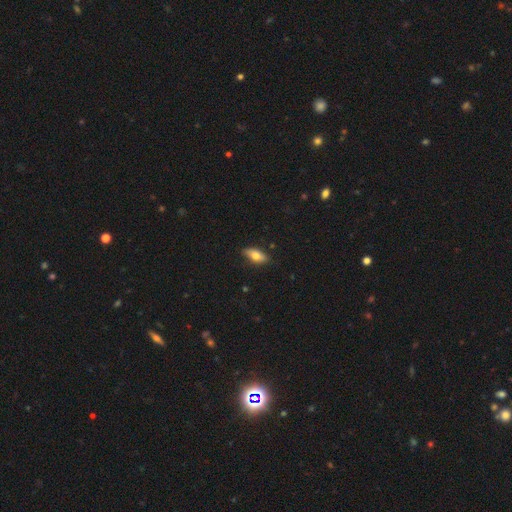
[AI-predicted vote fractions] Smooth or featured? Predicted: smooth (p=0.71). How rounded? Predicted: in between (p=0.82). Merging? Predicted: none (p=0.82).